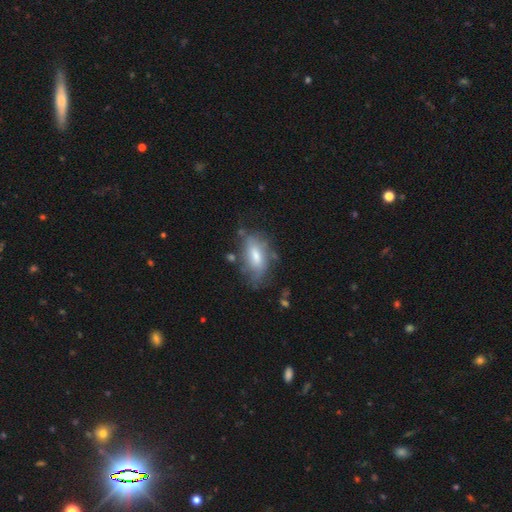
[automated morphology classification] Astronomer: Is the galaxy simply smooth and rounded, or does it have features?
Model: smooth — 54% (runner-up: featured or disk, 38%).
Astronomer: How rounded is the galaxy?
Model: in between — 87%.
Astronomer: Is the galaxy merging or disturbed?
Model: none — 57%.